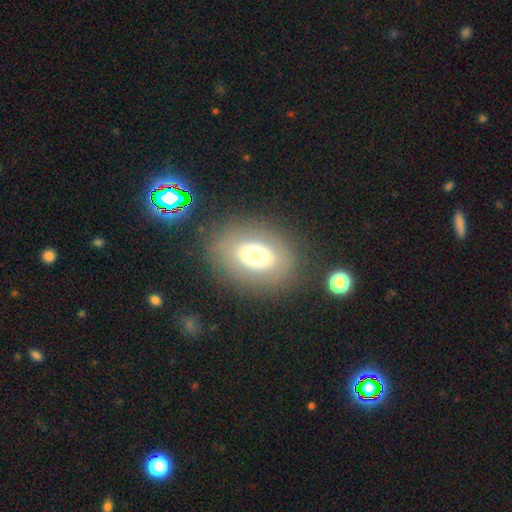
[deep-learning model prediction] smooth_or_featured: smooth (p=0.59) [alt: featured or disk p=0.30]
how_rounded: in between (p=0.71) [alt: round p=0.28]
merging: none (p=0.82) [alt: minor disturbance p=0.10]